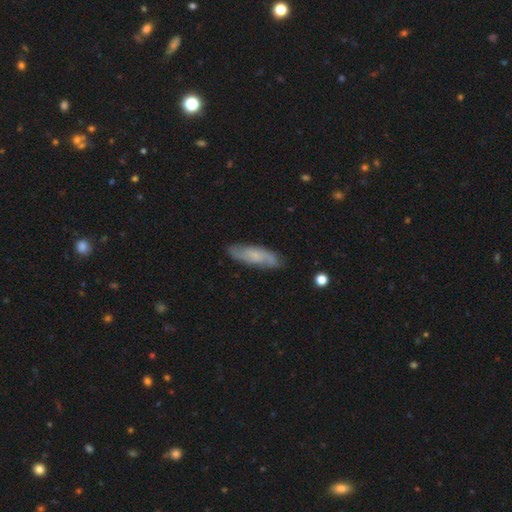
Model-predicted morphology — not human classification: Q: Smooth or featured?
A: featured or disk (51%); runner-up: smooth (42%)
Q: Edge-on disk?
A: no (77%); runner-up: yes (23%)
Q: Merging?
A: none (80%); runner-up: minor disturbance (15%)